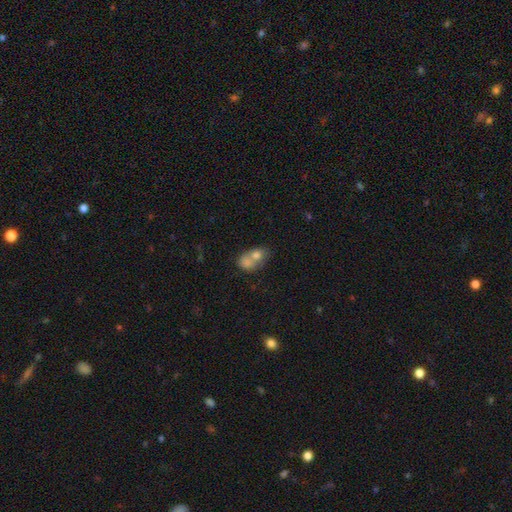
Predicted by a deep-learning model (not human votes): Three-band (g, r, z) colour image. It shows a smooth galaxy with no disk features (73%) that is in between round and cigar-shaped (56%). Merging: merger (67%).